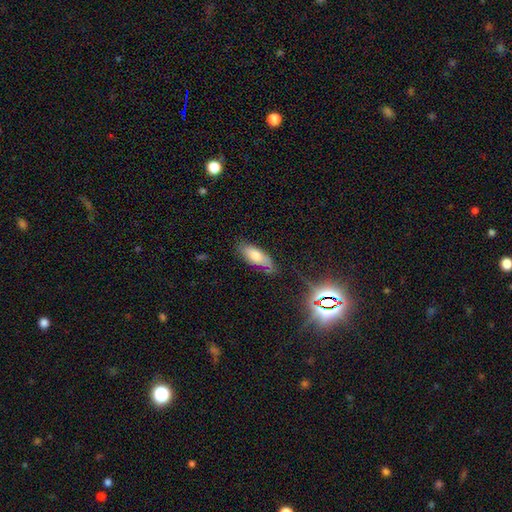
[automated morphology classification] A smooth galaxy with no disk features (68%) that is in between round and cigar-shaped (77%).

Vote fractions:
- Smooth or featured? smooth: 68% / featured or disk: 22% / star or artifact: 10%
- How rounded? in between: 77% / cigar-shaped: 20% / round: 2%
- Merging? none: 67% / minor disturbance: 25% / major disturbance: 6% / merger: 3%